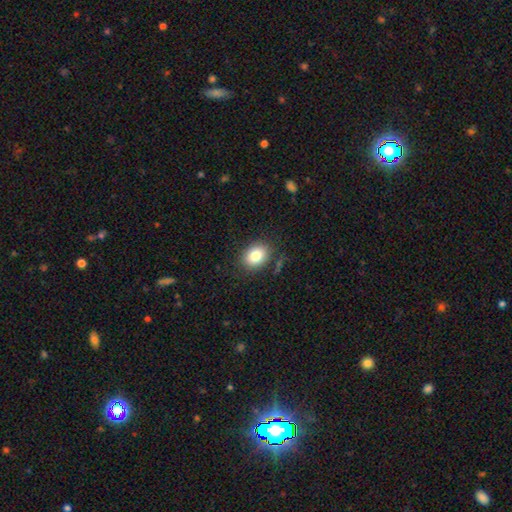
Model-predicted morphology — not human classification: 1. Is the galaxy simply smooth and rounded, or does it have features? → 82% smooth, 9% star or artifact, 9% featured or disk.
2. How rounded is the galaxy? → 64% in between, 35% round, 1% cigar-shaped.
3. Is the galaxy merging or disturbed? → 84% none, 11% minor disturbance, 3% major disturbance, 2% merger.